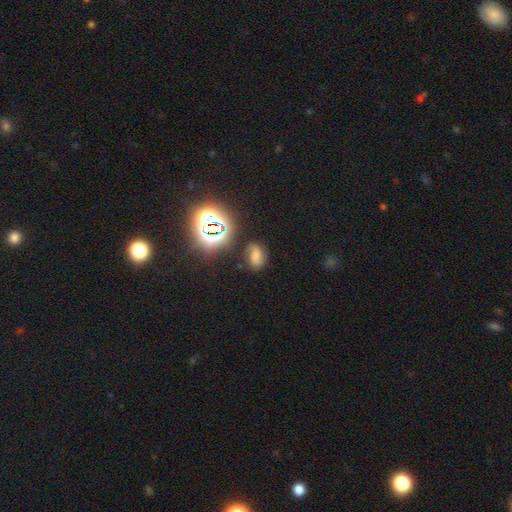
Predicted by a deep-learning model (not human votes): This appears to be a smooth galaxy with no disk features (45%). Merging: none (70%).